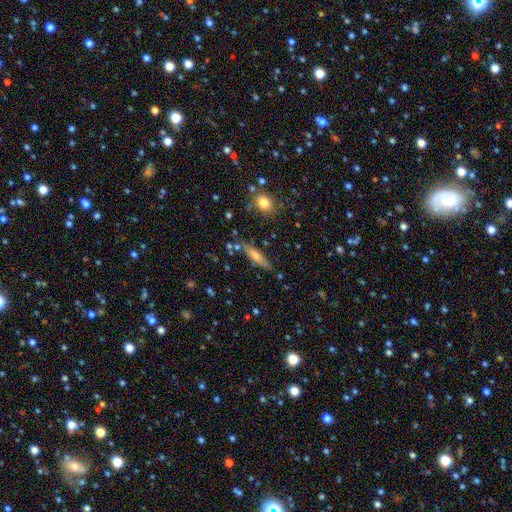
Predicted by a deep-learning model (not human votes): Smooth or featured?
  - smooth: 67% *
  - featured or disk: 25%
  - star or artifact: 8%
How rounded?
  - cigar-shaped: 67% *
  - in between: 31%
  - round: 2%
Merging?
  - none: 75% *
  - minor disturbance: 16%
  - merger: 5%
  - major disturbance: 4%